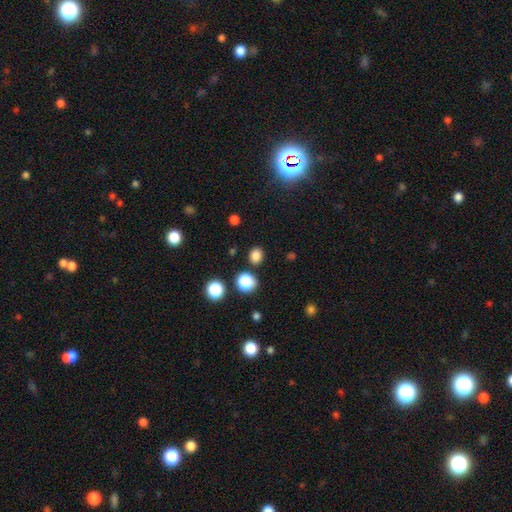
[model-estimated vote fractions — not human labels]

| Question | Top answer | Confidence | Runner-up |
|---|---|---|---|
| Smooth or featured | smooth | 81% | star or artifact (15%) |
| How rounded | round | 73% | in between (26%) |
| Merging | none | 86% | minor disturbance (7%) |